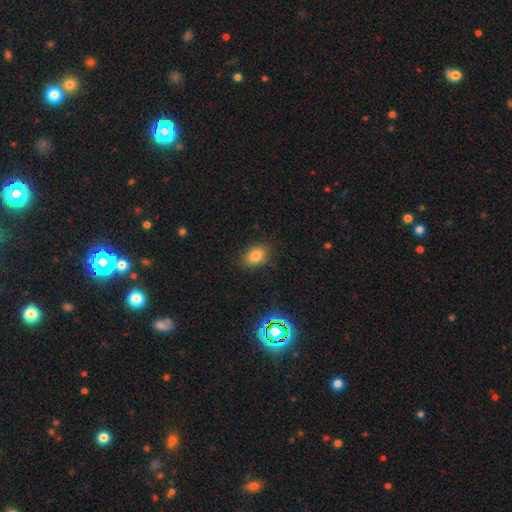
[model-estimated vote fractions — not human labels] smooth 79%, star or artifact 14%, featured or disk 7%. Down the decision tree: how rounded — in between (73%); merging — none (84%).